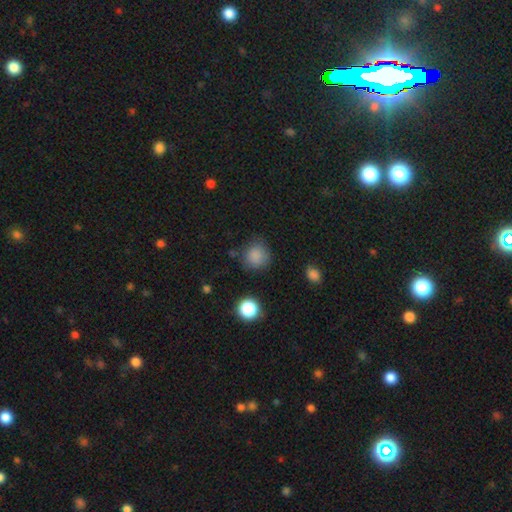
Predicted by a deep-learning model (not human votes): The model was most divided on "merging": none: 76%, minor disturbance: 16%, major disturbance: 5%, merger: 3%. More confident: how rounded — round (89%); smooth or featured — smooth (84%).